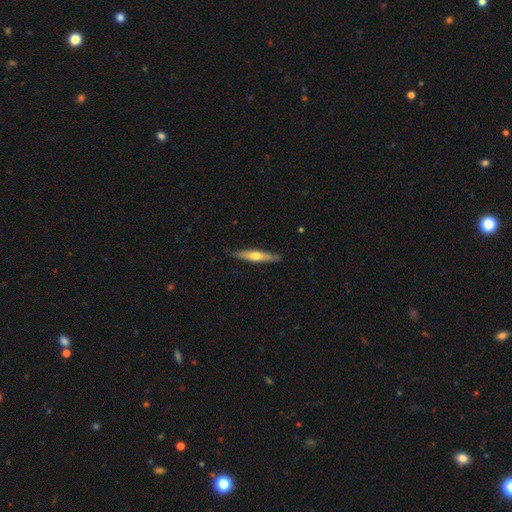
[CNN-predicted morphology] A featured or disk galaxy (49%).

Vote fractions:
- Smooth or featured? featured or disk: 49% / smooth: 45% / star or artifact: 5%
- Merging? none: 87% / minor disturbance: 10% / major disturbance: 2% / merger: 1%